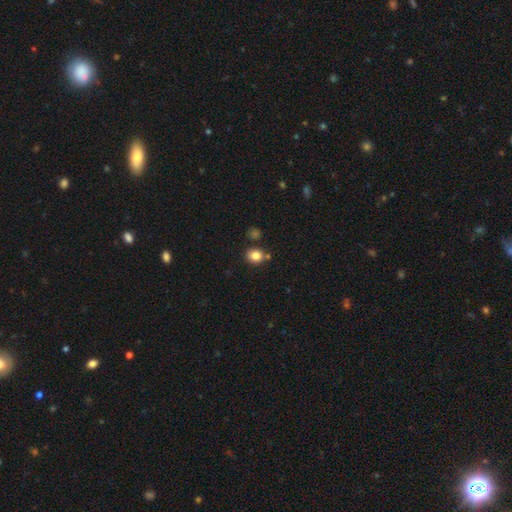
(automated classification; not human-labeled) This is clearly a smooth galaxy (83%). How rounded: likely round (73%). Merging: likely none (77%).